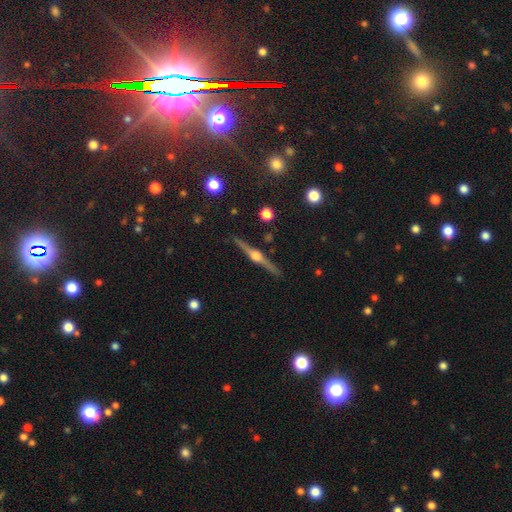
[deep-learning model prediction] A featured or disk galaxy (84%) viewed edge-on (98%) with a rounded central bulge (93%).

Vote fractions:
- Smooth or featured? featured or disk: 84% / smooth: 10% / star or artifact: 6%
- Edge-on disk? yes: 98% / no: 2%
- Edge-on bulge? rounded: 93% / boxy: 5% / none: 2%
- Merging? none: 91% / minor disturbance: 6% / major disturbance: 1% / merger: 1%